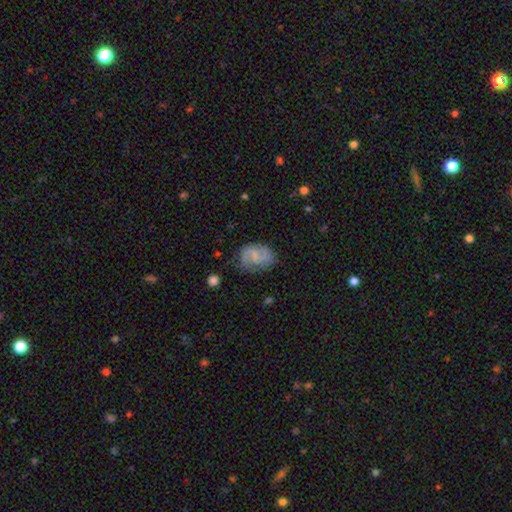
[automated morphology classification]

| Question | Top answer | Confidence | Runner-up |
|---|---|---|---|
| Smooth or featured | featured or disk | 70% | smooth (22%) |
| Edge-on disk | no | 98% | yes (2%) |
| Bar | weak | 50% | no (37%) |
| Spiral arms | yes | 92% | no (8%) |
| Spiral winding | medium | 48% | loose (34%) |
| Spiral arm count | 2 | 87% | can't tell (6%) |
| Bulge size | none | 49% | small (34%) |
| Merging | none | 71% | minor disturbance (19%) |